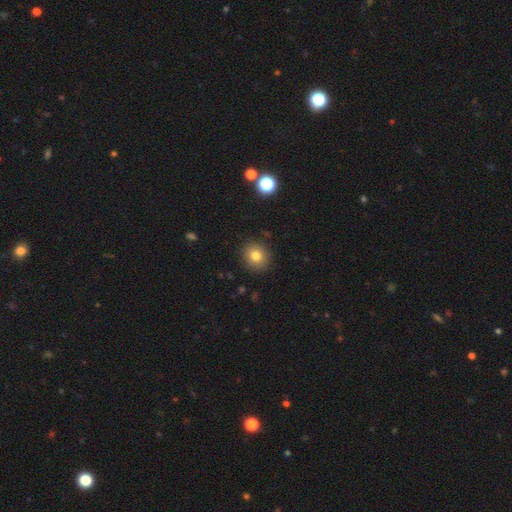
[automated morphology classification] A smooth galaxy with no disk features (79%) that is round (87%).

Vote fractions:
- Smooth or featured? smooth: 79% / star or artifact: 12% / featured or disk: 9%
- How rounded? round: 87% / in between: 12% / cigar-shaped: 1%
- Merging? none: 90% / minor disturbance: 7% / major disturbance: 2% / merger: 1%